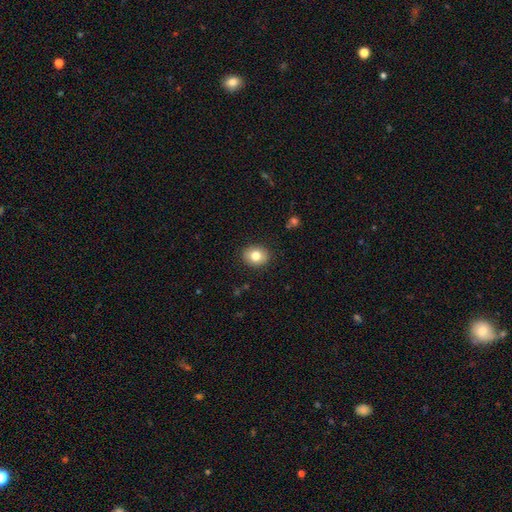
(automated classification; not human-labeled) Morphology: type=smooth (81%); roundness=round (58%); merging=none (89%).